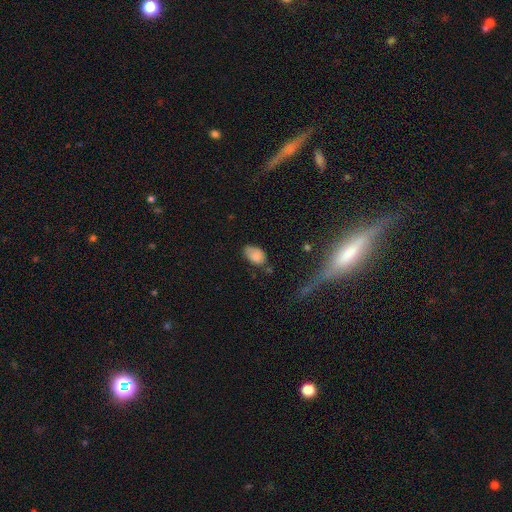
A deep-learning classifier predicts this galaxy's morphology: A smooth galaxy with no disk features (82%) that is in between round and cigar-shaped (89%). Merging: none (57%).